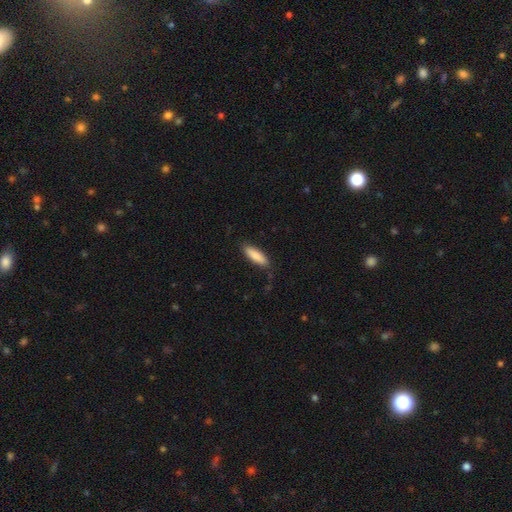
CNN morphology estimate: Q: Smooth or featured?
A: smooth (87%); runner-up: featured or disk (8%)
Q: How rounded?
A: in between (49%); tied with: cigar-shaped (49%)
Q: Merging?
A: none (83%); runner-up: minor disturbance (13%)